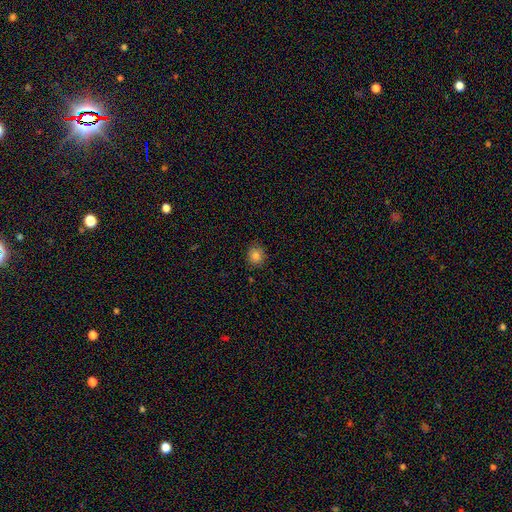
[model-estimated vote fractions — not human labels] smooth_or_featured: smooth (p=0.82) [alt: star or artifact p=0.12]
how_rounded: round (p=0.85) [alt: in between p=0.14]
merging: none (p=0.88) [alt: minor disturbance p=0.09]